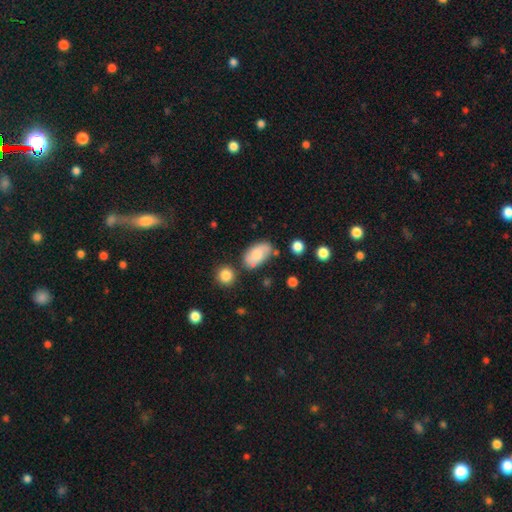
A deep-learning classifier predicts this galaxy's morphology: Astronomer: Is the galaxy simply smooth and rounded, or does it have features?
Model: smooth — 71%.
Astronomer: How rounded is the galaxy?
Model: in between — 92%.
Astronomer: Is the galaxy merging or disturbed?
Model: none — 64%.